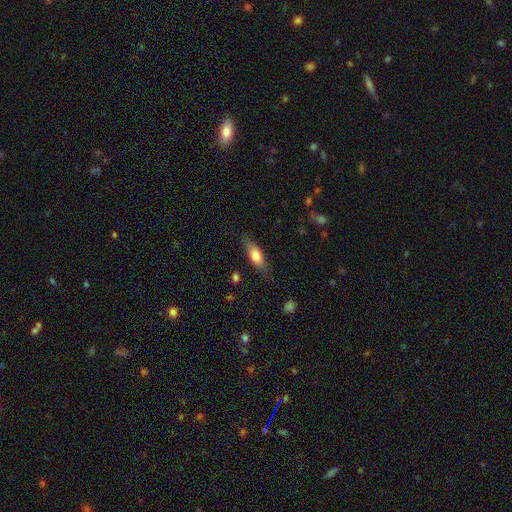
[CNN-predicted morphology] A smooth galaxy with no disk features (72%) that is in between round and cigar-shaped (60%).

Vote fractions:
- Smooth or featured? smooth: 72% / featured or disk: 21% / star or artifact: 6%
- How rounded? in between: 60% / cigar-shaped: 38% / round: 3%
- Merging? none: 79% / minor disturbance: 16% / major disturbance: 4% / merger: 1%